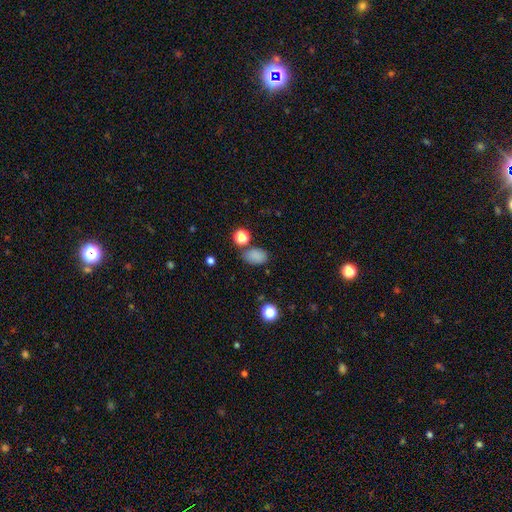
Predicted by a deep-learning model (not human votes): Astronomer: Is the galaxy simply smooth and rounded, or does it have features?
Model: smooth — 82%.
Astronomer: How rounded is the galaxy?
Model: in between — 82%.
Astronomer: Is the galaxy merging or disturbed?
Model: none — 70%.